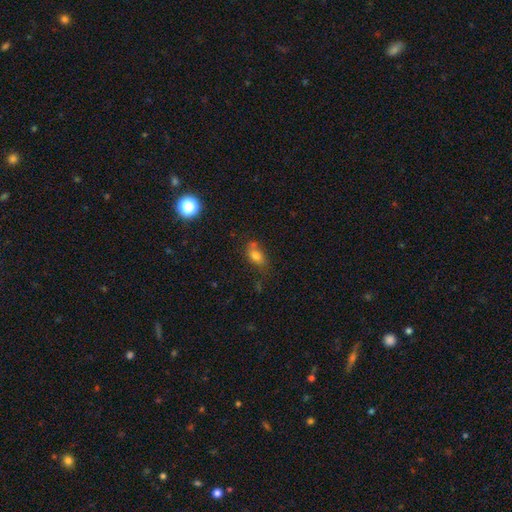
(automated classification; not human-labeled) Smooth or featured: smooth — 74% (star or artifact — 13%)
How rounded: in between — 76% (round — 19%)
Merging: none — 53% (minor disturbance — 25%)